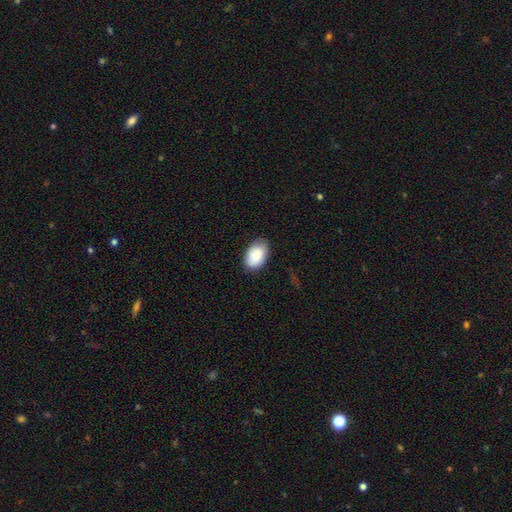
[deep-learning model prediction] This appears to be a smooth galaxy with no disk features (86%) that is in between round and cigar-shaped (90%). Merging: none (78%).